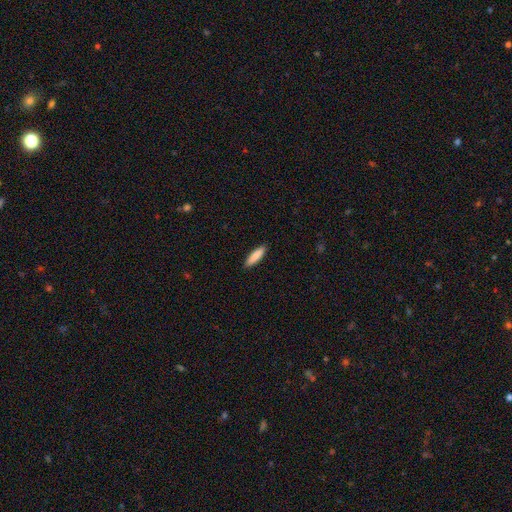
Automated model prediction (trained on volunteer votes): Smooth or featured? Predicted: smooth (p=0.88). How rounded? Predicted: cigar-shaped (p=0.69). Merging? Predicted: none (p=0.90).